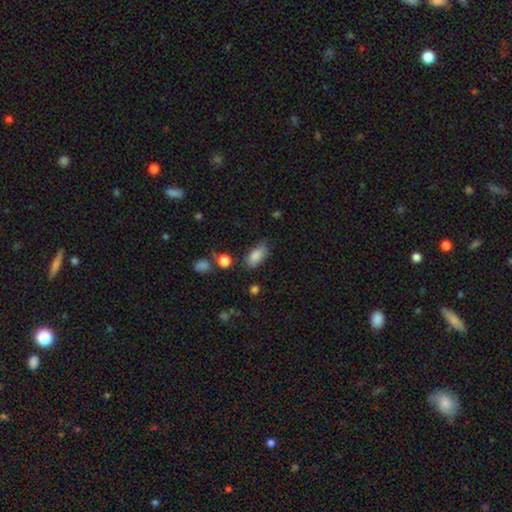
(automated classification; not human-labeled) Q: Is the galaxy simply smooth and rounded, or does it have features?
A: smooth — 85%.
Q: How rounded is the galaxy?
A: in between — 89%.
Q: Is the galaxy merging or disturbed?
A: none — 66%.